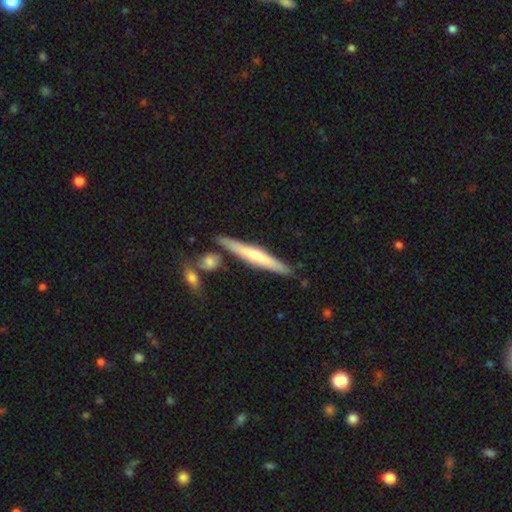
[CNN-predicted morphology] Smooth or featured? Predicted: smooth (p=0.51). How rounded? Predicted: cigar-shaped (p=0.94). Merging? Predicted: none (p=0.85).